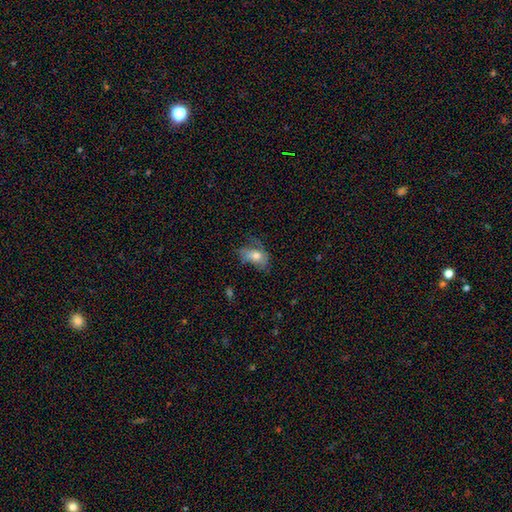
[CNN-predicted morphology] Q: Smooth or featured?
A: smooth (57%); runner-up: featured or disk (33%)
Q: How rounded?
A: in between (85%); runner-up: round (11%)
Q: Merging?
A: none (38%); runner-up: minor disturbance (30%)